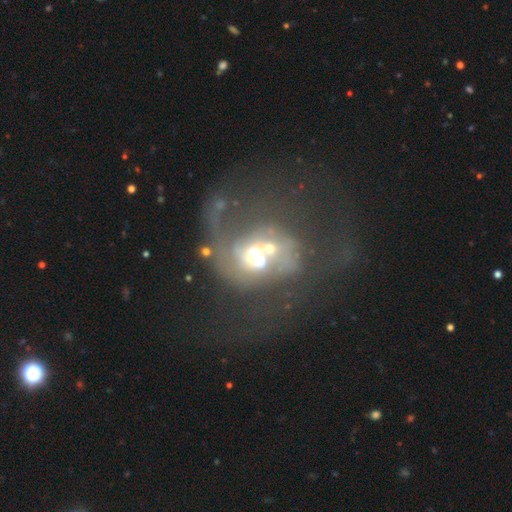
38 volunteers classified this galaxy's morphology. Smooth or featured? featured or disk (76%)
Edge-on disk? no (100%)
Bar? no (76%)
Spiral arms? yes (59%)
Spiral winding? loose (59%)
Spiral arm count? 1 (65%)
Bulge size? moderate (62%)
Merging? major disturbance (43%)